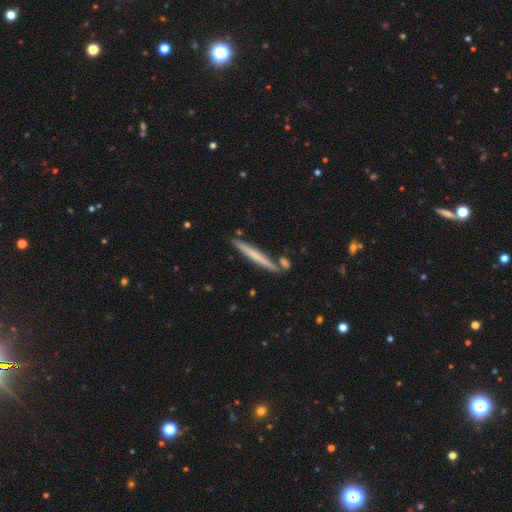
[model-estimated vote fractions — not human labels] This is possibly a featured or disk galaxy (48%). Merging: clearly none (85%).